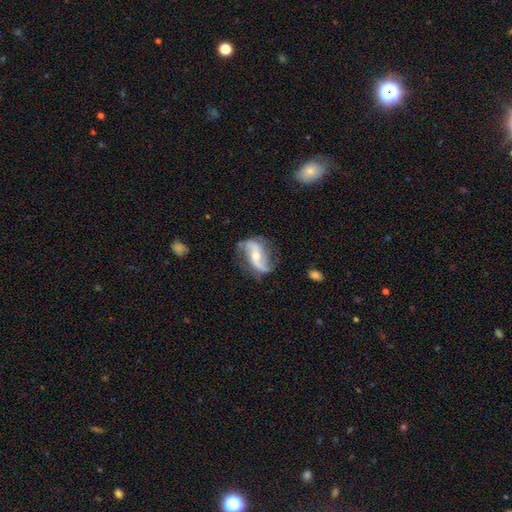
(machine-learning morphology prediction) This is clearly a featured or disk galaxy (87%). It is clearly not viewed edge-on (96%). Bar: marginally no (39%). Spiral arm pattern: clearly yes (95%). Spiral arm count: clearly 2 (92%). Spiral winding: likely loose (71%). Central bulge: possibly moderate (53%). Merging: likely none (72%).